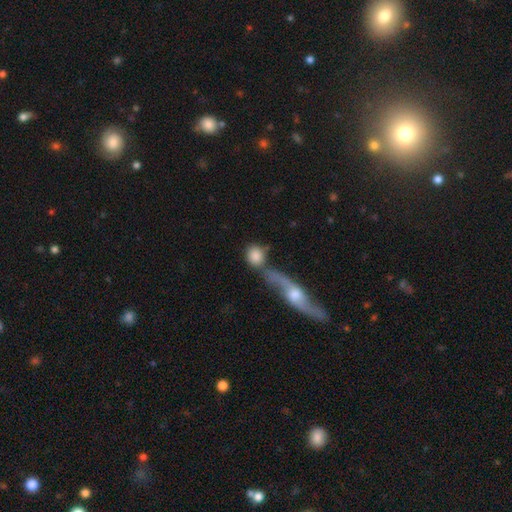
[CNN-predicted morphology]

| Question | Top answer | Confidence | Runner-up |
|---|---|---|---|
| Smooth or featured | smooth | 80% | featured or disk (13%) |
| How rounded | round | 74% | in between (21%) |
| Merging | merger | 41% | none (40%) |